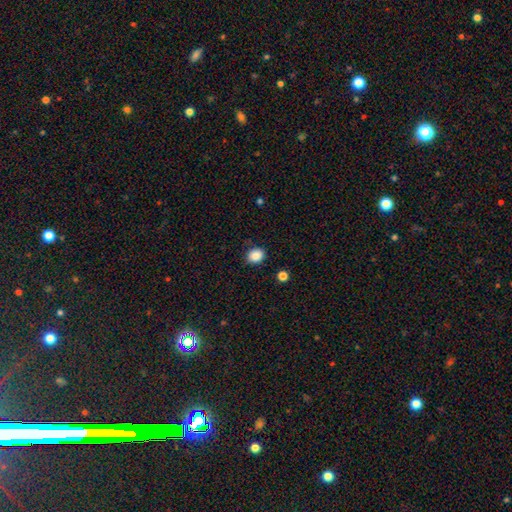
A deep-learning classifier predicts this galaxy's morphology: smooth 87%, star or artifact 10%, featured or disk 4%. Down the decision tree: how rounded — round (55%); merging — none (85%).